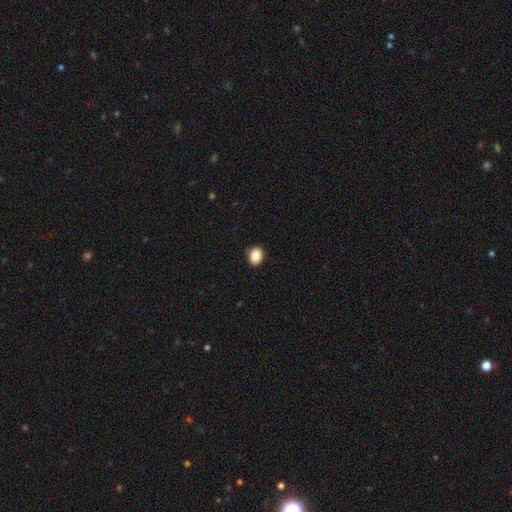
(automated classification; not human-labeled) Q: Smooth or featured?
A: smooth (88%); runner-up: star or artifact (8%)
Q: How rounded?
A: in between (58%); runner-up: round (41%)
Q: Merging?
A: none (88%); runner-up: minor disturbance (9%)